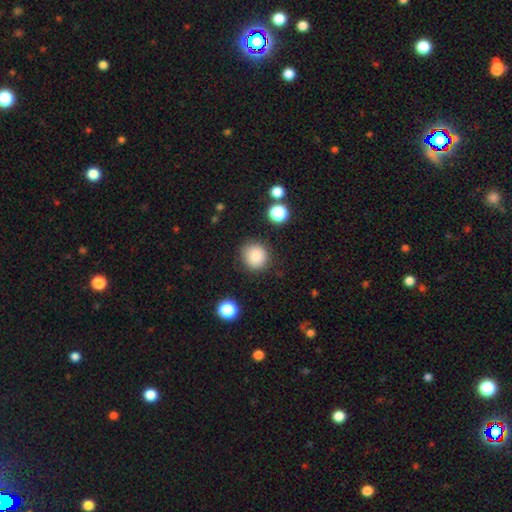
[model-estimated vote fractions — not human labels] smooth-or-featured: smooth: 84% | star or artifact: 10% | featured or disk: 6%
  how-rounded: round: 90% | in between: 10% | cigar-shaped: 1%
  merging: none: 85% | minor disturbance: 10% | major disturbance: 3% | merger: 2%